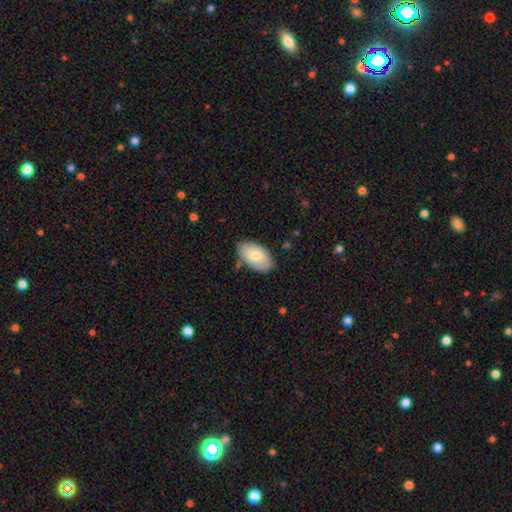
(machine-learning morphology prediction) A smooth galaxy with no disk features (77%) that is in between round and cigar-shaped (95%).

Vote fractions:
- Smooth or featured? smooth: 77% / featured or disk: 18% / star or artifact: 6%
- How rounded? in between: 95% / round: 3% / cigar-shaped: 2%
- Merging? none: 80% / minor disturbance: 15% / major disturbance: 3% / merger: 2%